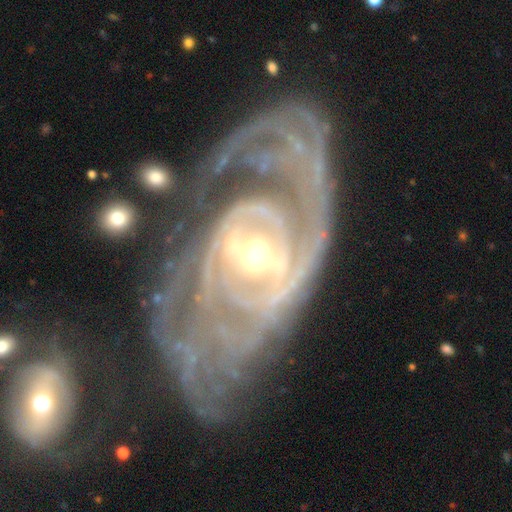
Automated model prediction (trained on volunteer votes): This is clearly a featured or disk galaxy (92%). It is clearly not viewed edge-on (96%). Bar: marginally strong (36%). Spiral arm pattern: clearly yes (94%). Spiral arm count: possibly 2 (48%). Spiral winding: possibly tight (54%). Central bulge: possibly moderate (55%). Merging: marginally none (42%).